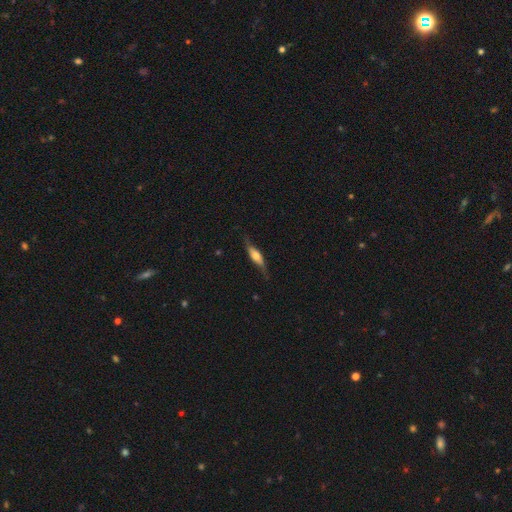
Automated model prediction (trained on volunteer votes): This is possibly a featured or disk galaxy (57%). It is likely viewed edge-on (75%). Merging: likely none (70%).